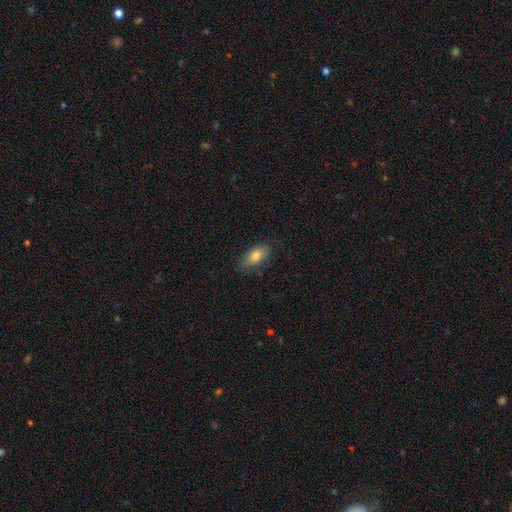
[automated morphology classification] Smooth or featured? smooth (79%)
How rounded? in between (90%)
Merging? none (75%)